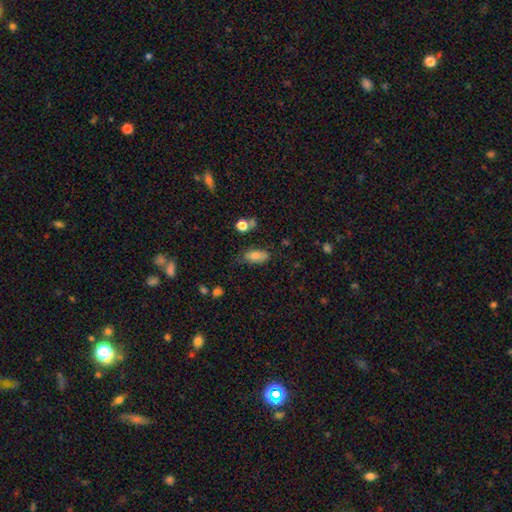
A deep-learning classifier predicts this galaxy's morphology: This appears to be a smooth galaxy with no disk features (79%) that is in between round and cigar-shaped (89%). Merging: none (63%).